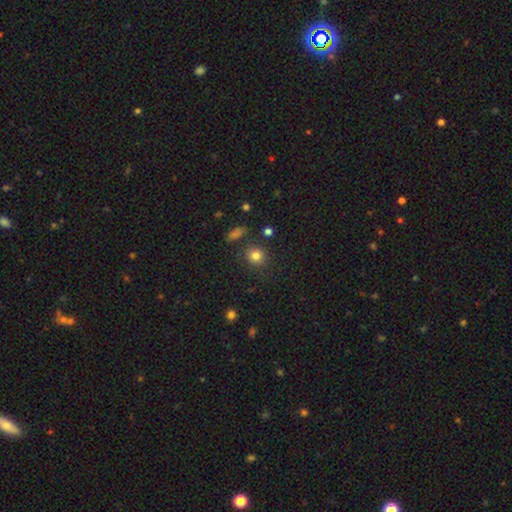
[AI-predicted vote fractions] smooth 81%, star or artifact 13%, featured or disk 7%. Down the decision tree: how rounded — round (87%); merging — none (83%).